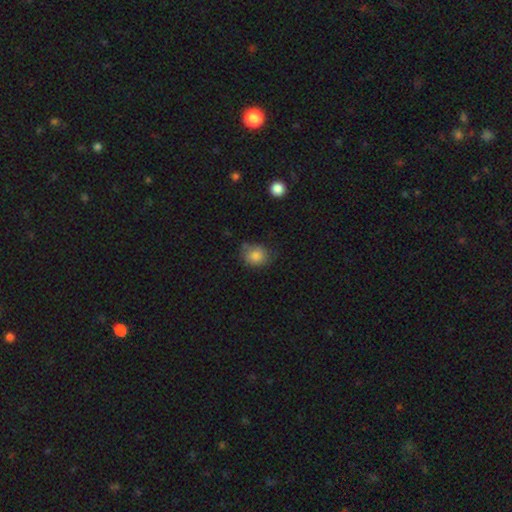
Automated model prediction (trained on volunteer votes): smooth-or-featured: smooth: 84% | star or artifact: 9% | featured or disk: 7%
  how-rounded: round: 63% | in between: 36% | cigar-shaped: 1%
  merging: none: 64% | minor disturbance: 26% | major disturbance: 6% | merger: 4%